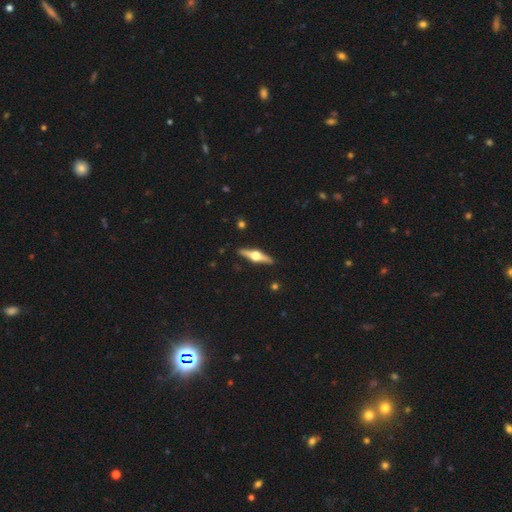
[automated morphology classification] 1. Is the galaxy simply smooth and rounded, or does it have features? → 78% featured or disk, 17% smooth, 5% star or artifact.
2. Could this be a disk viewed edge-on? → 98% yes, 2% no.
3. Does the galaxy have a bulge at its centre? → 96% rounded, 2% boxy, 1% none.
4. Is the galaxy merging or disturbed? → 91% none, 6% minor disturbance, 1% major disturbance, 1% merger.